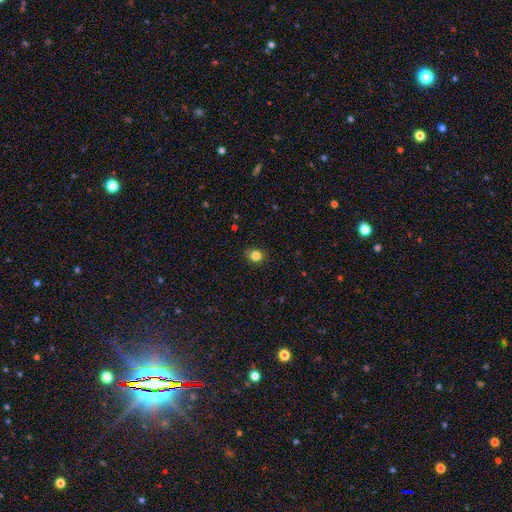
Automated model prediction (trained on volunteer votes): A smooth galaxy with no disk features (84%) that is round (64%).

Vote fractions:
- Smooth or featured? smooth: 84% / star or artifact: 11% / featured or disk: 5%
- How rounded? round: 64% / in between: 35% / cigar-shaped: 1%
- Merging? none: 88% / minor disturbance: 9% / major disturbance: 2% / merger: 1%